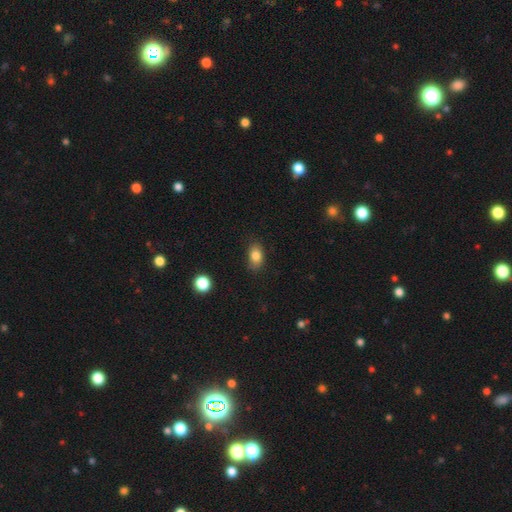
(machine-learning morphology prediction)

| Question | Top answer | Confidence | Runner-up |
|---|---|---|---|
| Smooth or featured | smooth | 84% | star or artifact (9%) |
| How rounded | in between | 84% | round (14%) |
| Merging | none | 82% | minor disturbance (14%) |